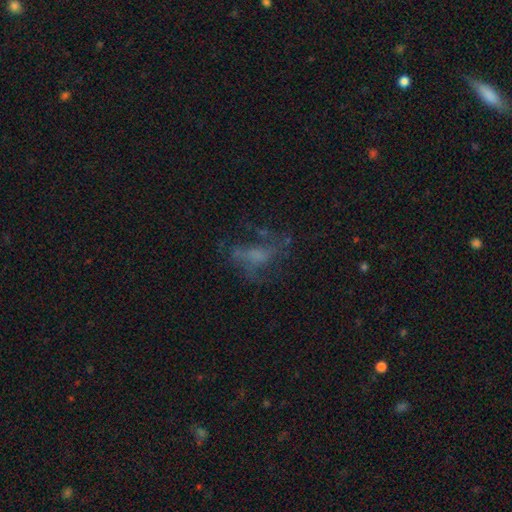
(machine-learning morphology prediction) smooth-or-featured: featured or disk: 52% | smooth: 27% | star or artifact: 22%
  disk-edge-on: no: 94% | yes: 6%
  merging: none: 47% | major disturbance: 33% | minor disturbance: 17% | merger: 3%